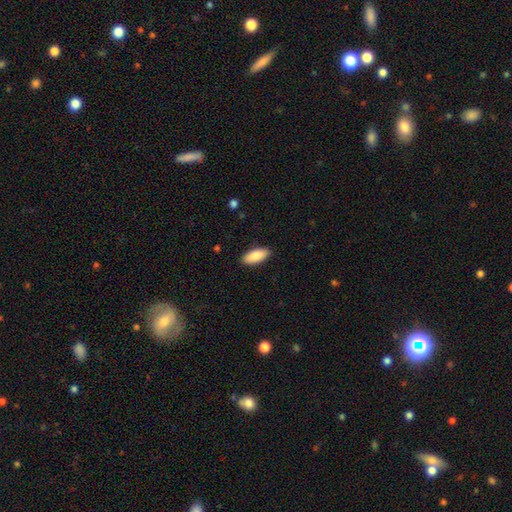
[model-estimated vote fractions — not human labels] The model was most divided on "how rounded": in between: 86%, cigar-shaped: 12%, round: 2%. More confident: smooth or featured — smooth (89%); merging — none (89%).